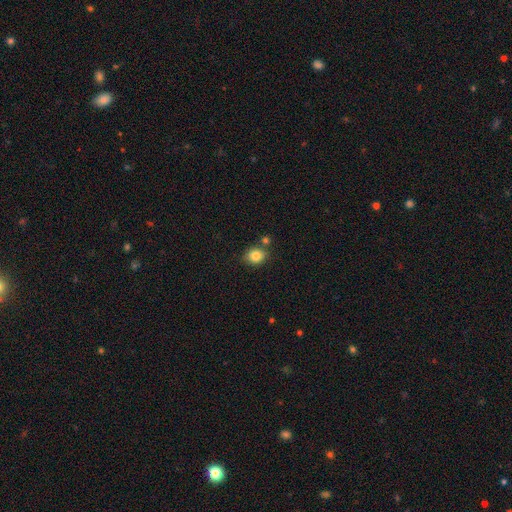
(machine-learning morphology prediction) Q: Smooth or featured?
A: smooth (83%); runner-up: star or artifact (10%)
Q: How rounded?
A: round (62%); runner-up: in between (37%)
Q: Merging?
A: none (74%); runner-up: minor disturbance (12%)